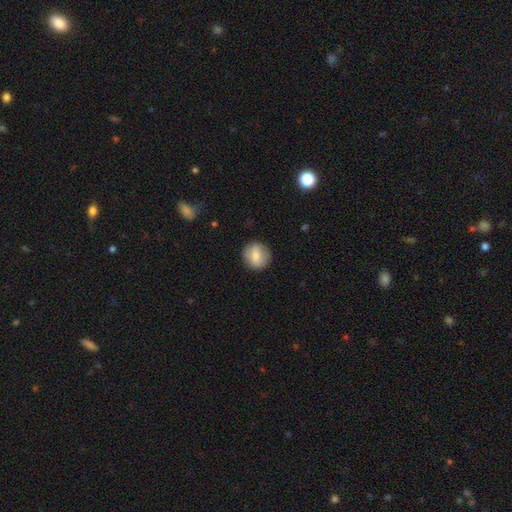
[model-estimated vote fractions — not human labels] The model was most divided on "smooth or featured": smooth: 73%, featured or disk: 20%, star or artifact: 7%. More confident: how rounded — round (89%); merging — none (87%).